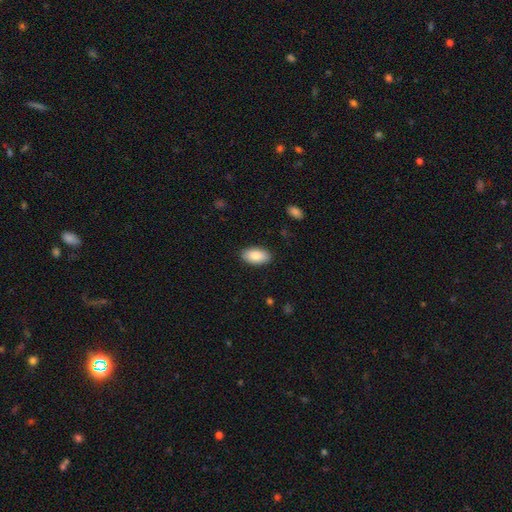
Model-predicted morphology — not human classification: smooth-or-featured: smooth: 86% | featured or disk: 8% | star or artifact: 6%
  how-rounded: in between: 95% | round: 3% | cigar-shaped: 2%
  merging: none: 89% | minor disturbance: 8% | major disturbance: 2% | merger: 1%